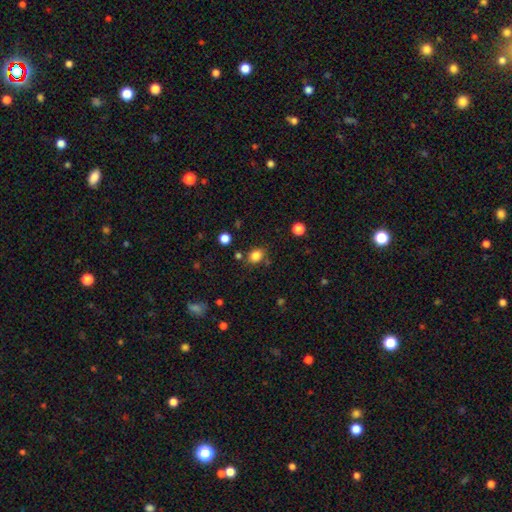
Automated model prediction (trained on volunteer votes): Smooth or featured? Predicted: smooth (p=0.83). How rounded? Predicted: round (p=0.54). Merging? Predicted: none (p=0.76).